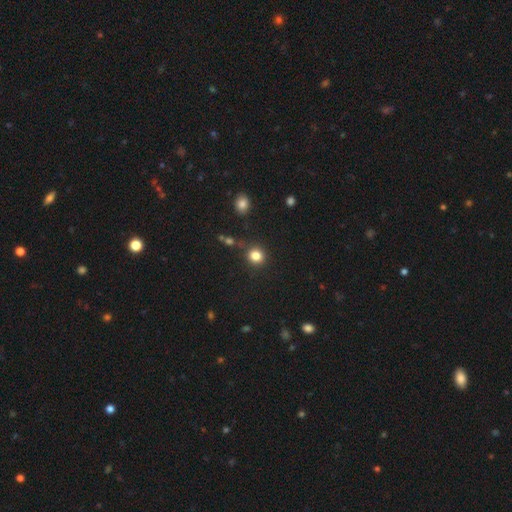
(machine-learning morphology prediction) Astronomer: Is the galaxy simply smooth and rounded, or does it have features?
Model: smooth — 83%.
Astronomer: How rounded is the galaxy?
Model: round — 85%.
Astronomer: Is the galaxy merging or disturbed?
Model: none — 82%.